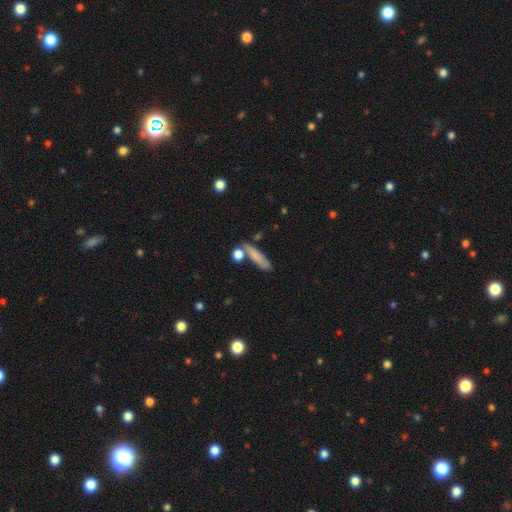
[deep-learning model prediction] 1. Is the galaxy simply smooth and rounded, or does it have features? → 78% smooth, 15% featured or disk, 8% star or artifact.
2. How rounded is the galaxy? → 71% cigar-shaped, 24% in between, 5% round.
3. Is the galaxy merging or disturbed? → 66% none, 15% minor disturbance, 14% merger, 5% major disturbance.